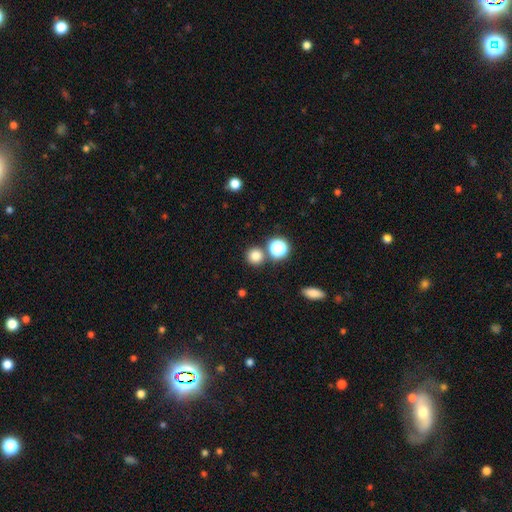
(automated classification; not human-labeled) This appears to be a smooth galaxy with no disk features (79%) that is round (93%). Merging: none (81%).